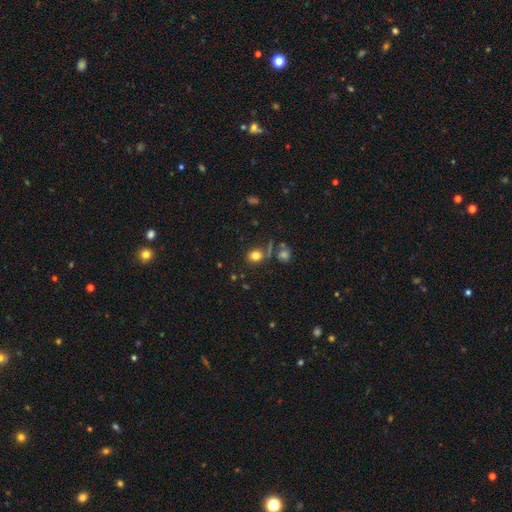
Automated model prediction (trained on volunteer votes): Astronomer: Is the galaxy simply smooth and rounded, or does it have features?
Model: smooth — 78%.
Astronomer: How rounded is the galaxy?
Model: round — 66%.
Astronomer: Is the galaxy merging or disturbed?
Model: none — 71%.